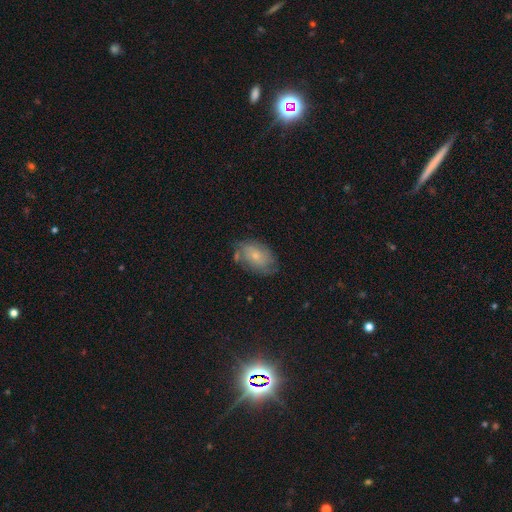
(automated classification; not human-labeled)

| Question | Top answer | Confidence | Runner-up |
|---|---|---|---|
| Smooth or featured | smooth | 47% | featured or disk (45%) |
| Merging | none | 63% | minor disturbance (24%) |